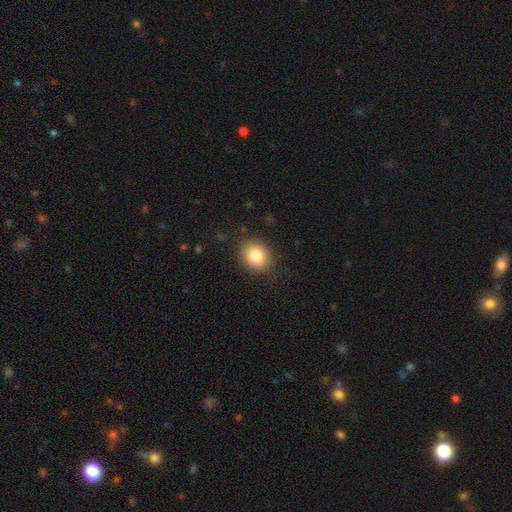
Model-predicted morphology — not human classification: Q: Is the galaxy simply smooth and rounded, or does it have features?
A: smooth — 83%.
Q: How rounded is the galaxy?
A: in between — 50%.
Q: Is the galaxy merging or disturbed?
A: none — 87%.